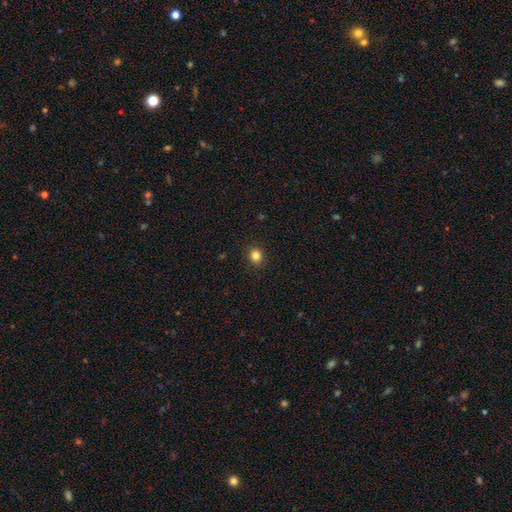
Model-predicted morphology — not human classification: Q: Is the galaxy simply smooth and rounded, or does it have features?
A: smooth — 83%.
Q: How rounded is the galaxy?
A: round — 77%.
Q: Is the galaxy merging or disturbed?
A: none — 90%.